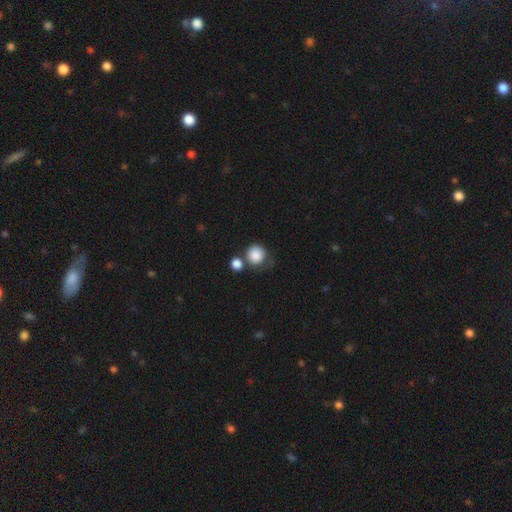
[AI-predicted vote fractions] Overall: smooth (86%). How rounded: round (90%). Merging: none (53%; merger 25%).